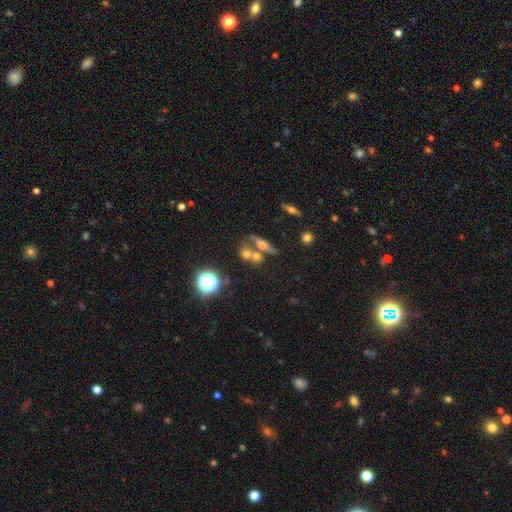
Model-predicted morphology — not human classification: A featured or disk galaxy (40%). Merging: none (46%).